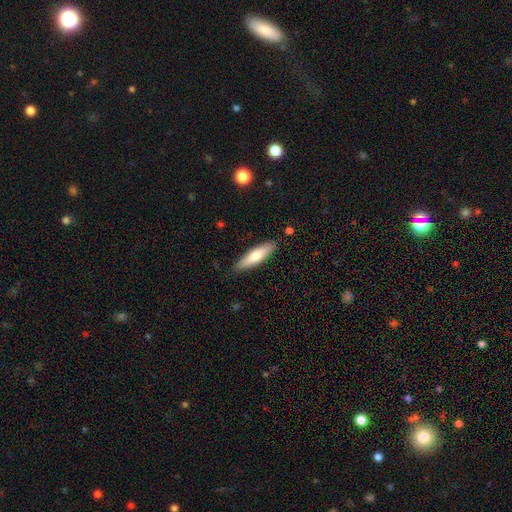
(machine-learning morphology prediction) A smooth galaxy with no disk features (68%) that is cigar-shaped (67%). Merging: none (87%).